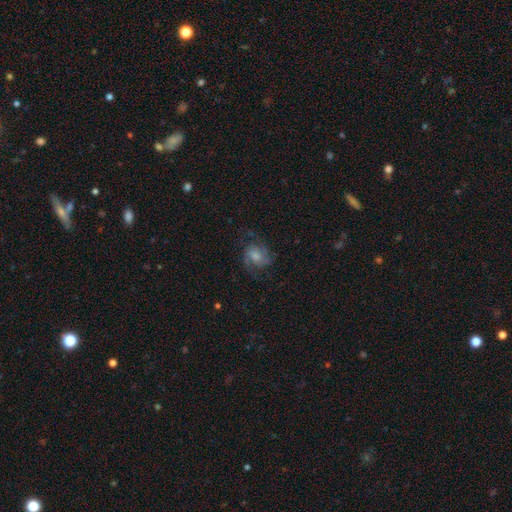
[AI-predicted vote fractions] A featured or disk galaxy (67%) with no bar (54%), 2 (65%) medium (51%) spiral arms (92%) and a moderate central bulge (38%).

Vote fractions:
- Smooth or featured? featured or disk: 67% / smooth: 24% / star or artifact: 8%
- Edge-on disk? no: 98% / yes: 2%
- Bar? no: 54% / weak: 39% / strong: 7%
- Spiral arms? yes: 92% / no: 8%
- Spiral winding? medium: 51% / loose: 26% / tight: 22%
- Spiral arm count? 2: 65% / can't tell: 13% / 3: 11% / 1: 5% / 4: 3% / more than 4: 3%
- Bulge size? moderate: 38% / small: 27% / large: 17% / none: 15% / dominant: 2%
- Merging? none: 63% / minor disturbance: 19% / major disturbance: 17% / merger: 1%